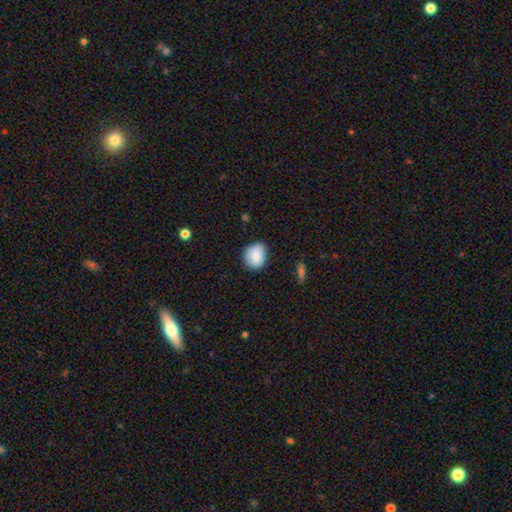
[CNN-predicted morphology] smooth_or_featured: smooth (p=0.79) [alt: featured or disk p=0.13]
how_rounded: round (p=0.63) [alt: in between p=0.36]
merging: none (p=0.80) [alt: minor disturbance p=0.15]